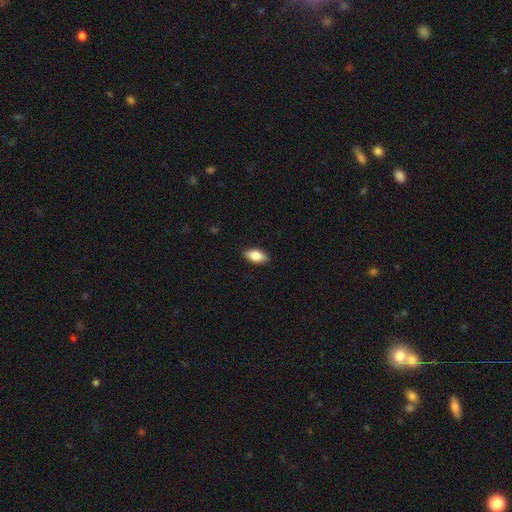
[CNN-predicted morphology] A smooth galaxy with no disk features (81%) that is in between round and cigar-shaped (89%). Merging: none (89%).